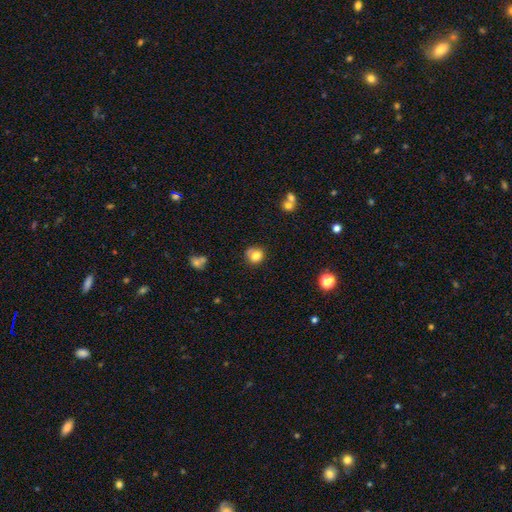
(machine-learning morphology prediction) Overall: smooth (80%). How rounded: round (87%). Merging: none (70%).